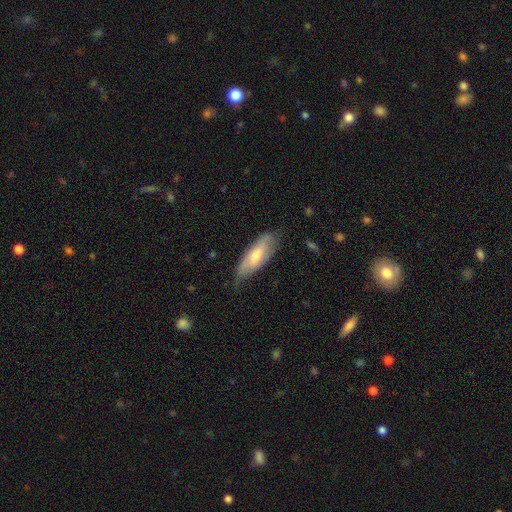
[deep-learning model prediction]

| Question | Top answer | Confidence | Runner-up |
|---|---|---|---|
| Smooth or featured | smooth | 55% | featured or disk (38%) |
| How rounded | in between | 60% | cigar-shaped (38%) |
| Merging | none | 67% | minor disturbance (27%) |